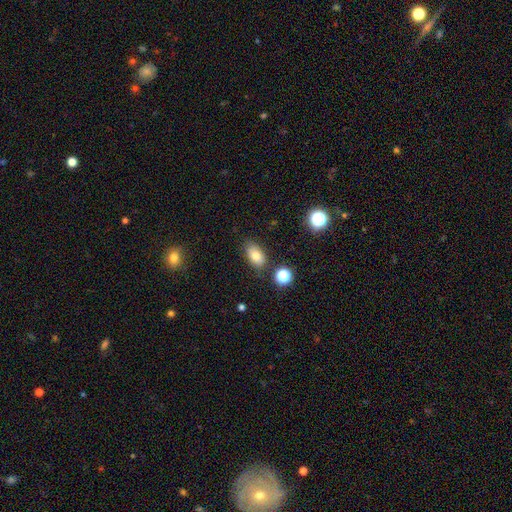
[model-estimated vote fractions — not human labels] This is likely a smooth galaxy (78%). How rounded: clearly in between (88%). Merging: likely none (79%).